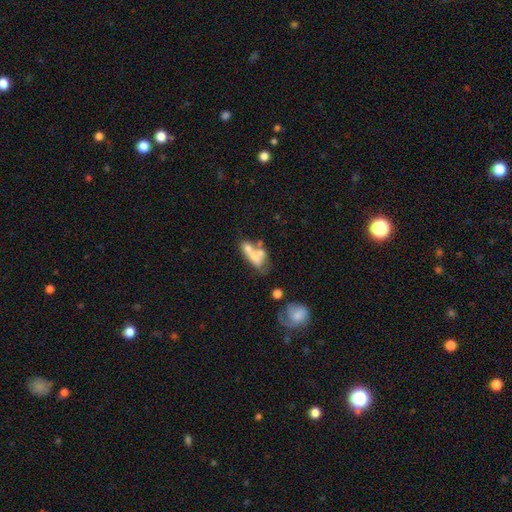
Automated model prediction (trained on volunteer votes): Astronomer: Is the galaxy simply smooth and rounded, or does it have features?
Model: smooth — 51% (runner-up: featured or disk, 37%).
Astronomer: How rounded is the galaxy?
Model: in between — 73%.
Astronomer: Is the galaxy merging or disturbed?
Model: merger — 50%.